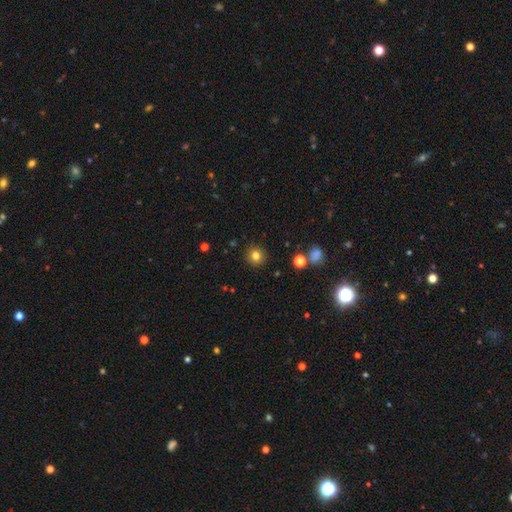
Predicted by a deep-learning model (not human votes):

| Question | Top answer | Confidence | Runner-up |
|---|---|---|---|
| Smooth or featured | smooth | 80% | star or artifact (13%) |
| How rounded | round | 90% | in between (9%) |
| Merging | none | 90% | minor disturbance (6%) |